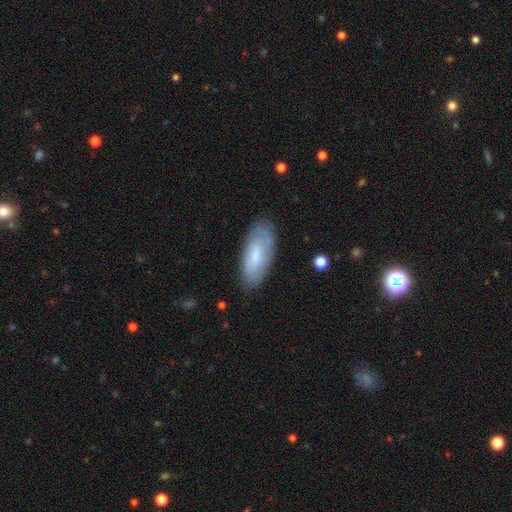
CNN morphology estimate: Smooth or featured? smooth (65%)
How rounded? in between (82%)
Merging? none (77%)